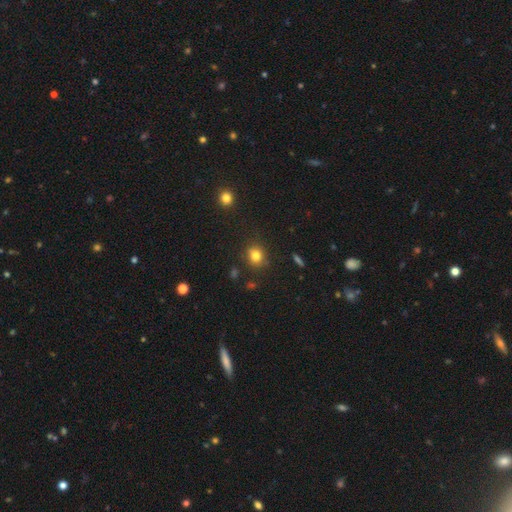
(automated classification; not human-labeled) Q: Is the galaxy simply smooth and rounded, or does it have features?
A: smooth — 80%.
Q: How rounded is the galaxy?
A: round — 71%.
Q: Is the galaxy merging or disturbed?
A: none — 82%.